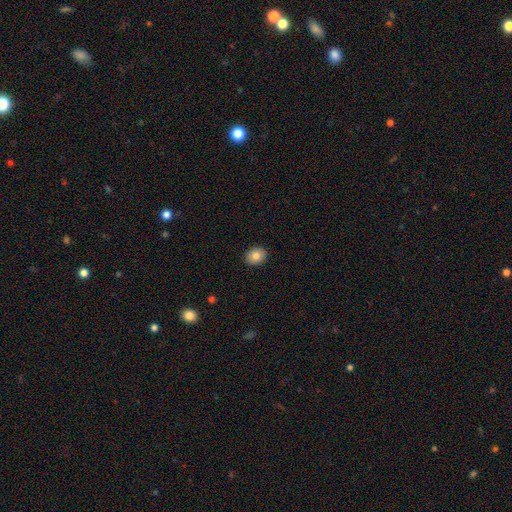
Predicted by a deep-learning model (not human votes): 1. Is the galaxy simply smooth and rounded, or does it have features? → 82% smooth, 9% featured or disk, 9% star or artifact.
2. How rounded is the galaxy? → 52% round, 47% in between, 1% cigar-shaped.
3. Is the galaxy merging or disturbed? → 91% none, 7% minor disturbance, 2% major disturbance, 1% merger.